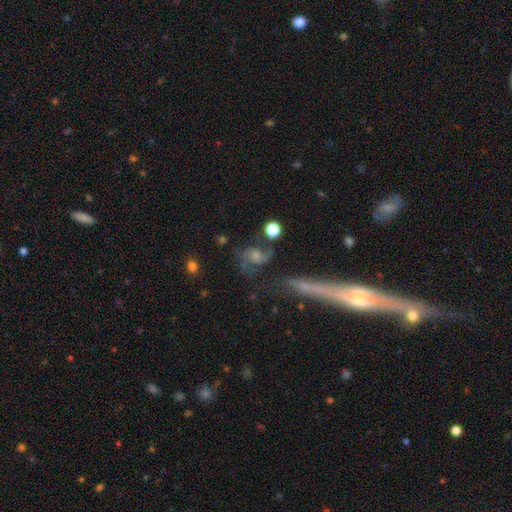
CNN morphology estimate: This appears to be a featured or disk galaxy (74%) with no bar (64%), 2 (83%) medium (46%) spiral arms (91%) and a moderate central bulge (43%). Merging: none (60%).